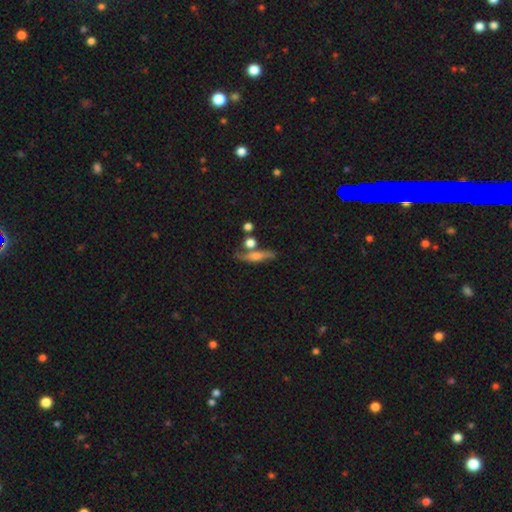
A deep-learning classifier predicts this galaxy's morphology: This is possibly a smooth galaxy (48%). Merging: possibly none (59%).